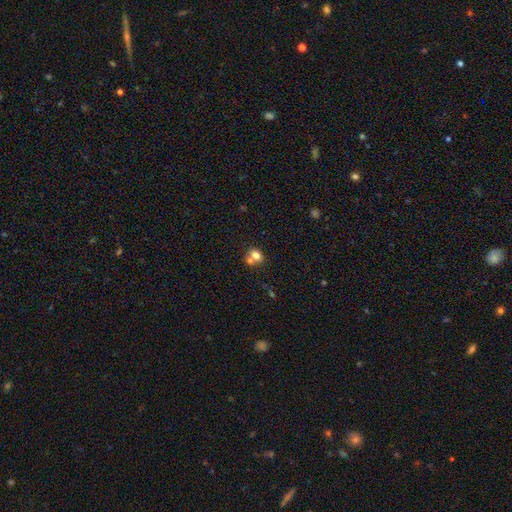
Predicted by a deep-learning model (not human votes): Q: Smooth or featured?
A: smooth (75%); runner-up: featured or disk (14%)
Q: How rounded?
A: round (50%); runner-up: in between (49%)
Q: Merging?
A: merger (49%); runner-up: none (38%)